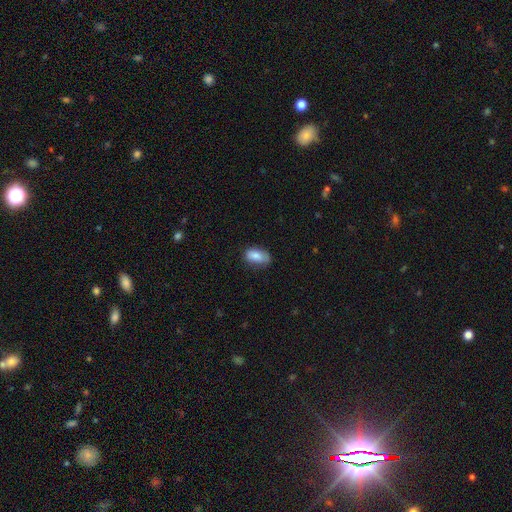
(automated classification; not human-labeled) smooth-or-featured: smooth: 84% | featured or disk: 9% | star or artifact: 7%
  how-rounded: in between: 91% | round: 6% | cigar-shaped: 3%
  merging: none: 64% | minor disturbance: 28% | major disturbance: 7% | merger: 1%